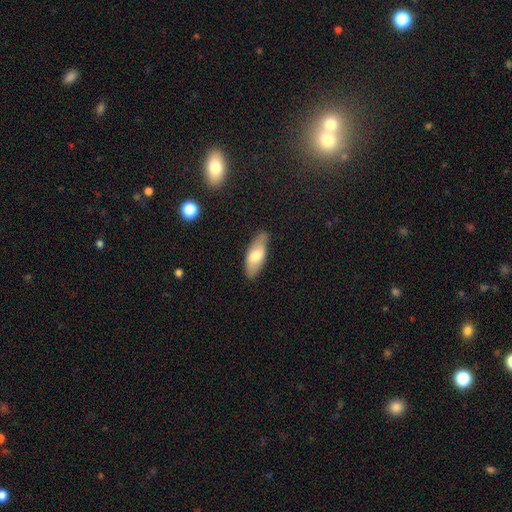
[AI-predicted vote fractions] Morphology: type=smooth (67%); roundness=in between (78%); merging=none (80%).